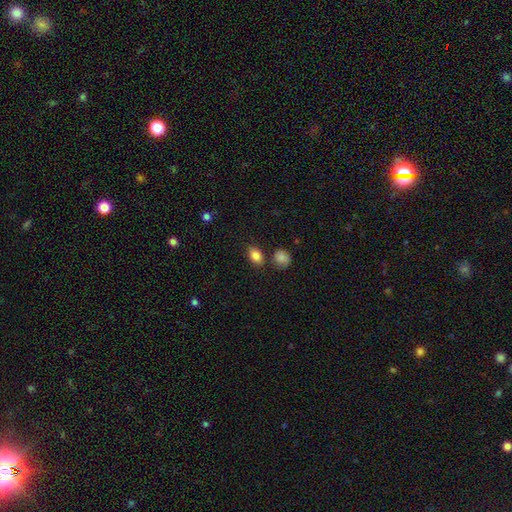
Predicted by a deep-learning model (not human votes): smooth 85%, star or artifact 9%, featured or disk 6%. Down the decision tree: how rounded — in between (80%); merging — none (75%).